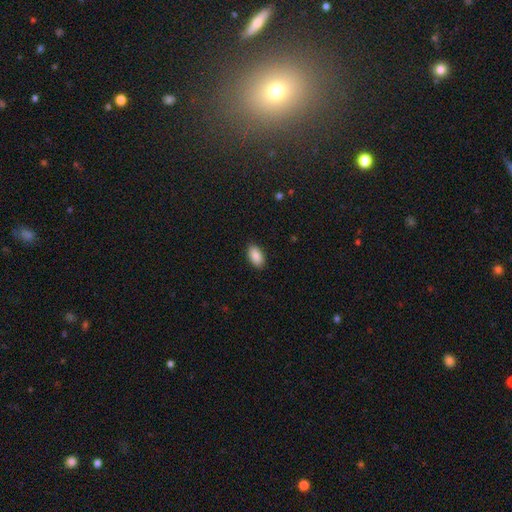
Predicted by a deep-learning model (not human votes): smooth 90%, star or artifact 7%, featured or disk 4%. Down the decision tree: how rounded — in between (94%); merging — none (90%).